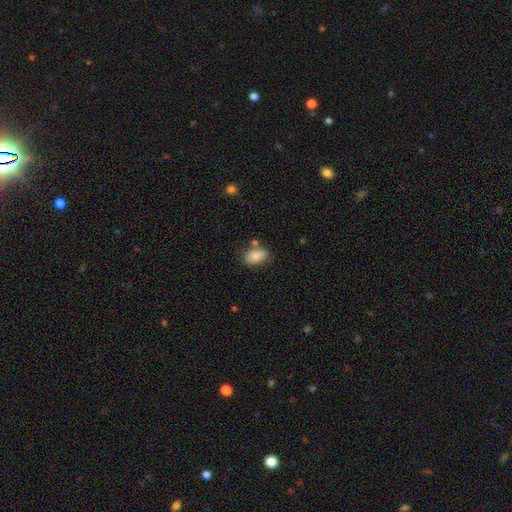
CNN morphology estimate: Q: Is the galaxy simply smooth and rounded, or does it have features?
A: smooth — 82%.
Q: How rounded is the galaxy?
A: in between — 86%.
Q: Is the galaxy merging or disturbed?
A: none — 70%.